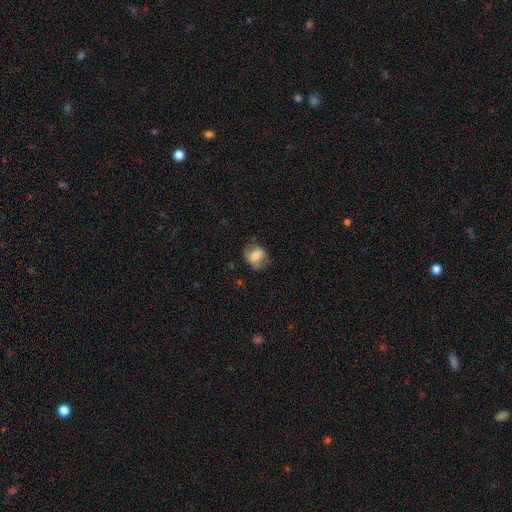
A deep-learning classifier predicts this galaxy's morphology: type=smooth (67%); roundness=in between (54%); merging=none (61%).